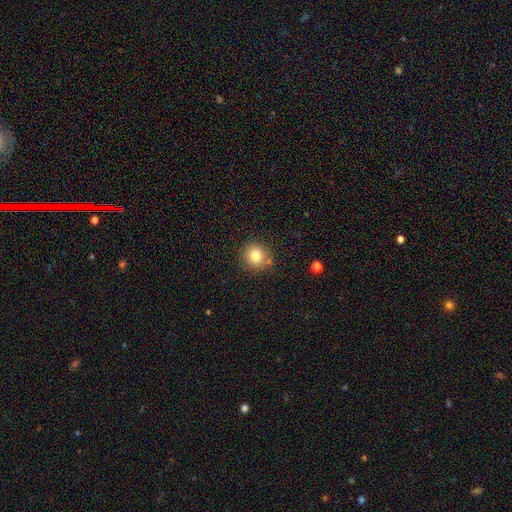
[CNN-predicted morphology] smooth 79%, star or artifact 12%, featured or disk 8%. Down the decision tree: how rounded — round (91%); merging — none (83%).